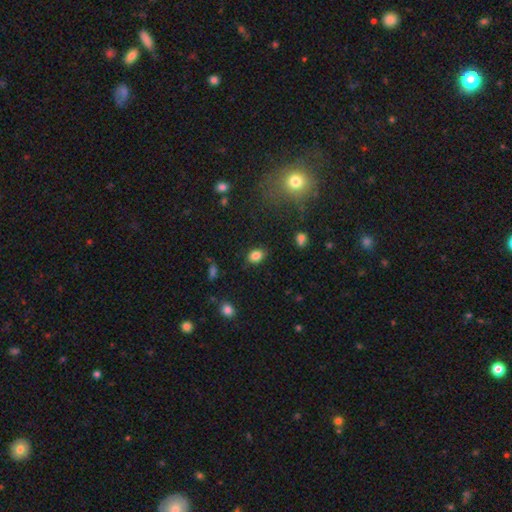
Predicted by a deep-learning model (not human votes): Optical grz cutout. It shows a smooth galaxy with no disk features (85%) that is in between round and cigar-shaped (67%). Merging: none (84%).